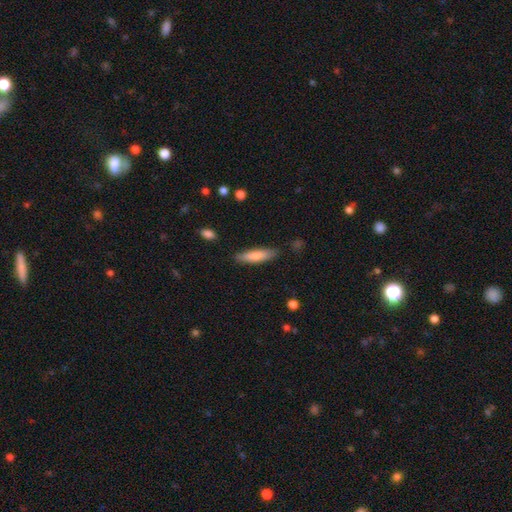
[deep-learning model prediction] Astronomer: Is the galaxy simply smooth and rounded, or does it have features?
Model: smooth — 80%.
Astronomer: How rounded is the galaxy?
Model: cigar-shaped — 71%.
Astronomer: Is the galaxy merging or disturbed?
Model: none — 84%.